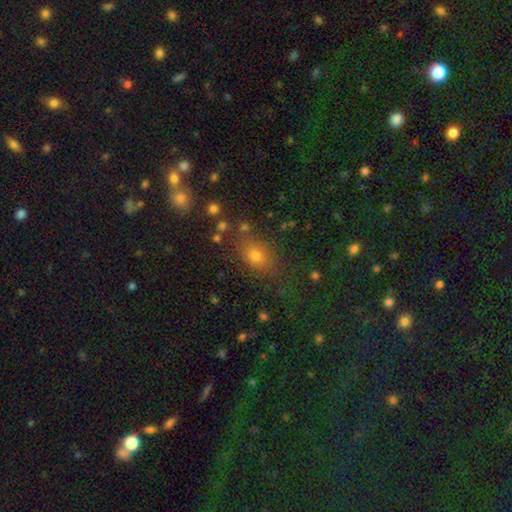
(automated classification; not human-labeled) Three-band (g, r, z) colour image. It shows a smooth galaxy with no disk features (71%) that is in between round and cigar-shaped (63%). Merging: none (77%).